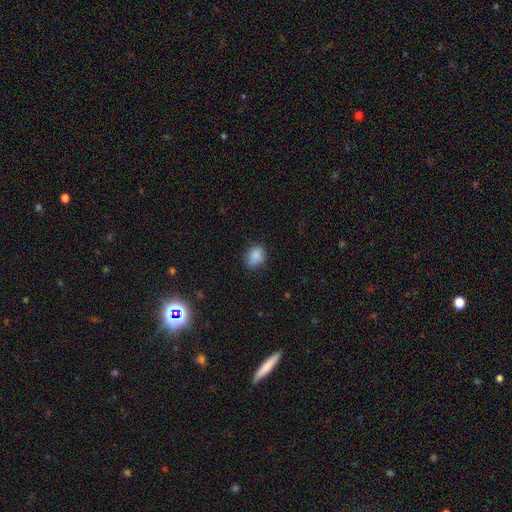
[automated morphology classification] type=smooth (86%); roundness=in between (52%); merging=none (75%).